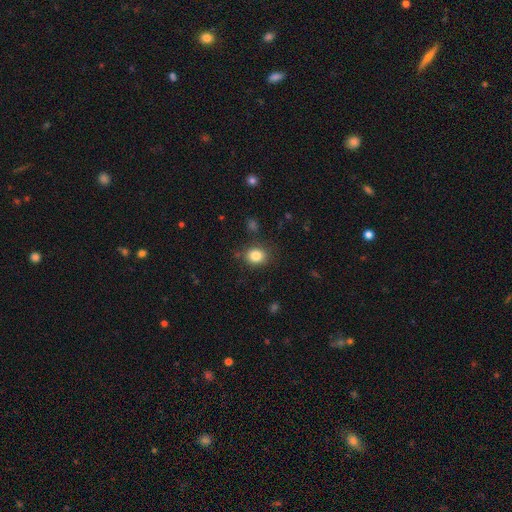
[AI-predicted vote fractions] Overall: smooth (84%). How rounded: round (61%; in between 38%). Merging: none (82%).